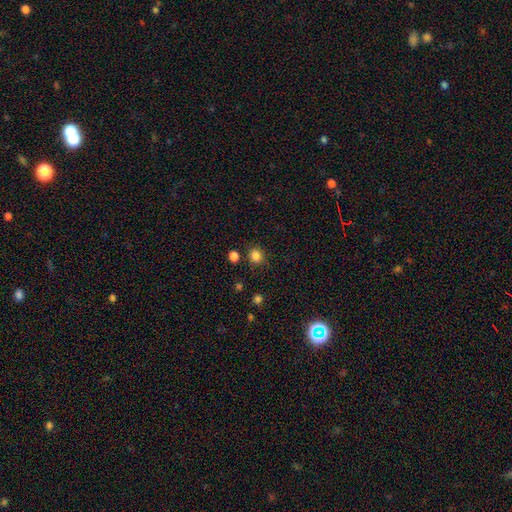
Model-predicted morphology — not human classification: Overall: smooth (83%). How rounded: round (81%). Merging: none (83%).